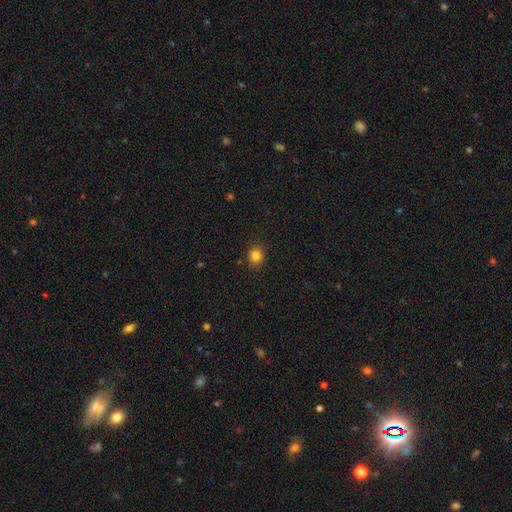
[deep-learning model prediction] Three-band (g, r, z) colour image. It shows a smooth galaxy with no disk features (83%) that is round (80%). Merging: none (89%).